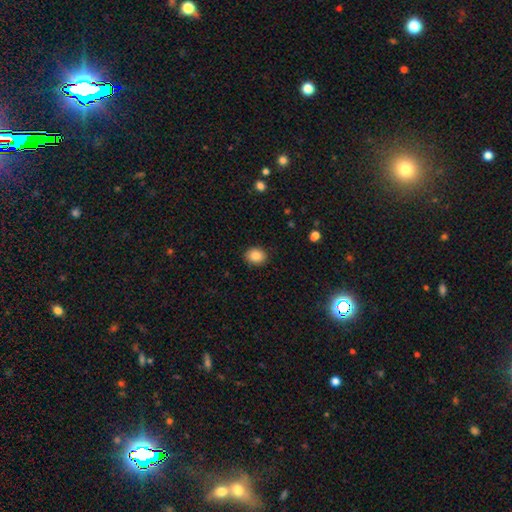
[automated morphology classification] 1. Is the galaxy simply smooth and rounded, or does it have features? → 85% smooth, 9% star or artifact, 6% featured or disk.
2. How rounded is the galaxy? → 58% round, 41% in between, 1% cigar-shaped.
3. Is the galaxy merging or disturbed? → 89% none, 8% minor disturbance, 2% major disturbance, 1% merger.